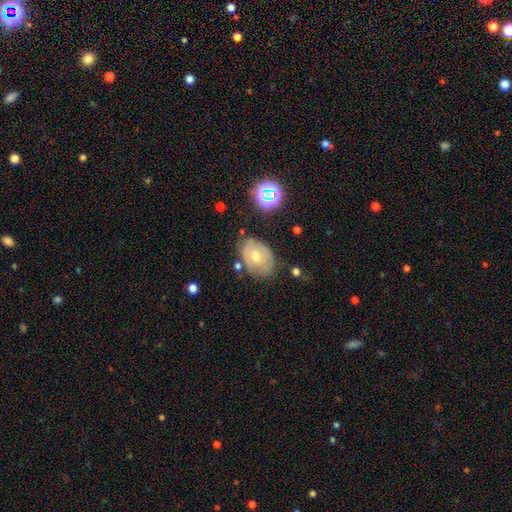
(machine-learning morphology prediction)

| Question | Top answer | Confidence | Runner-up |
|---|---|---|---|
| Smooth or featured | smooth | 46% | featured or disk (41%) |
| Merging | none | 68% | minor disturbance (22%) |